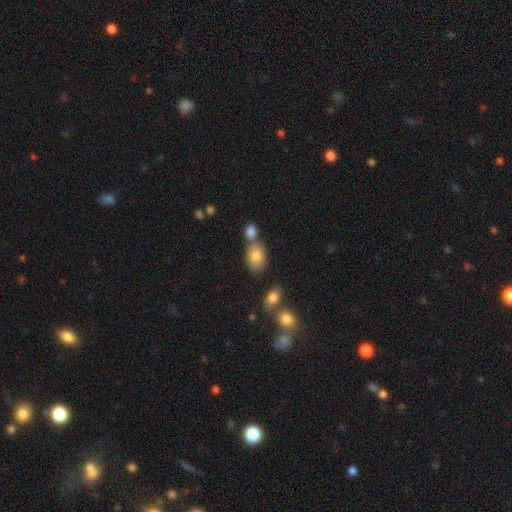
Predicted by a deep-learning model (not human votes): smooth_or_featured: smooth (p=0.82) [alt: featured or disk p=0.10]
how_rounded: in between (p=0.84) [alt: round p=0.14]
merging: none (p=0.53) [alt: merger p=0.30]